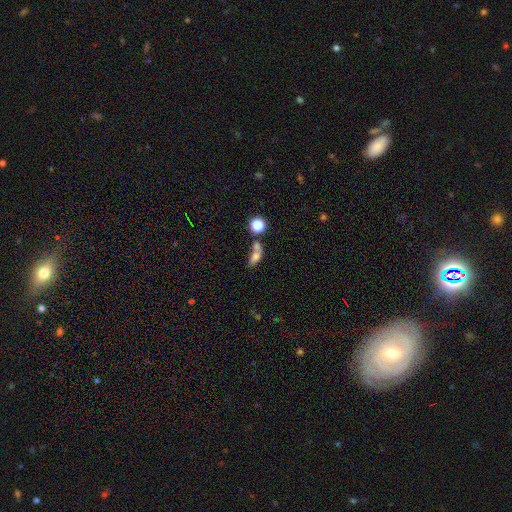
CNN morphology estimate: This appears to be a smooth galaxy with no disk features (70%) that is in between round and cigar-shaped (65%). Merging: merger (47%).